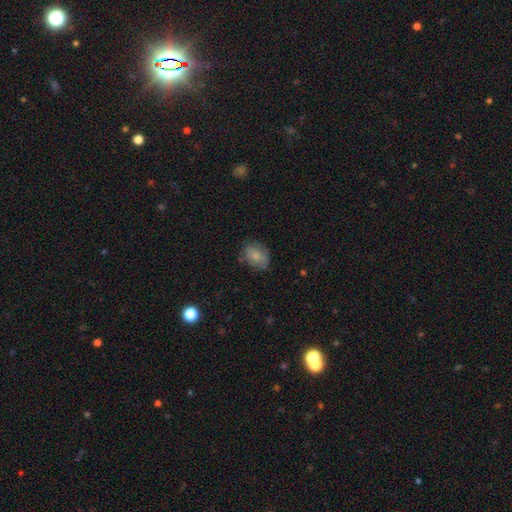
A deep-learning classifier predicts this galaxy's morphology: smooth_or_featured: smooth (p=0.77) [alt: featured or disk p=0.15]
how_rounded: in between (p=0.64) [alt: round p=0.35]
merging: none (p=0.70) [alt: minor disturbance p=0.23]